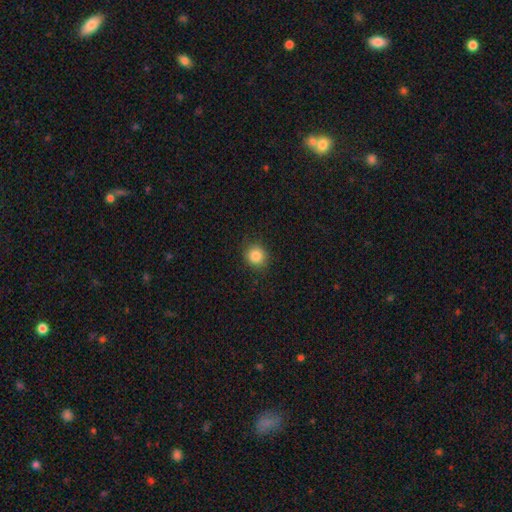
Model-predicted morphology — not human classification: A smooth galaxy with no disk features (85%) that is round (86%). Merging: none (88%).